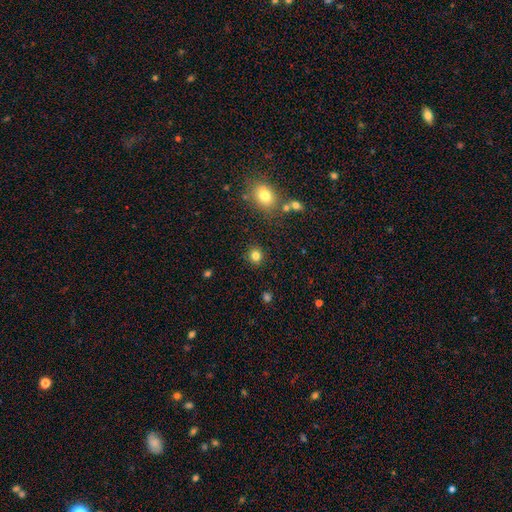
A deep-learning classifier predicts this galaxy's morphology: Smooth or featured? smooth (82%)
How rounded? round (83%)
Merging? none (89%)